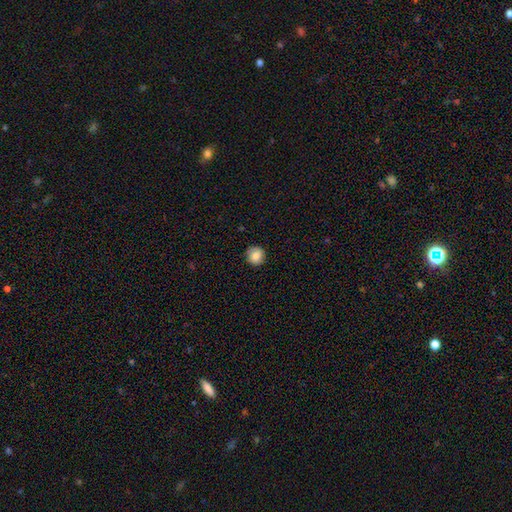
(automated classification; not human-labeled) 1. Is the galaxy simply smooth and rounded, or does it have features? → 82% smooth, 9% featured or disk, 9% star or artifact.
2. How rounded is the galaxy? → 93% round, 6% in between, 1% cigar-shaped.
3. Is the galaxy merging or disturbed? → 89% none, 8% minor disturbance, 2% major disturbance, 1% merger.